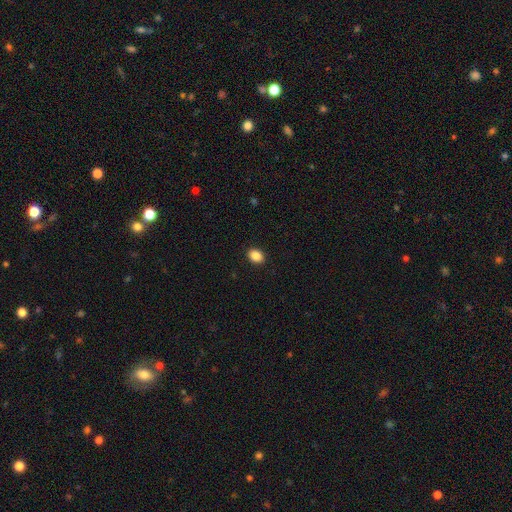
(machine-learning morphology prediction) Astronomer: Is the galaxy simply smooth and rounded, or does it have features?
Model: smooth — 88%.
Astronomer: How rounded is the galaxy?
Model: in between — 66%.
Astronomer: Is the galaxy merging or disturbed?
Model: none — 91%.